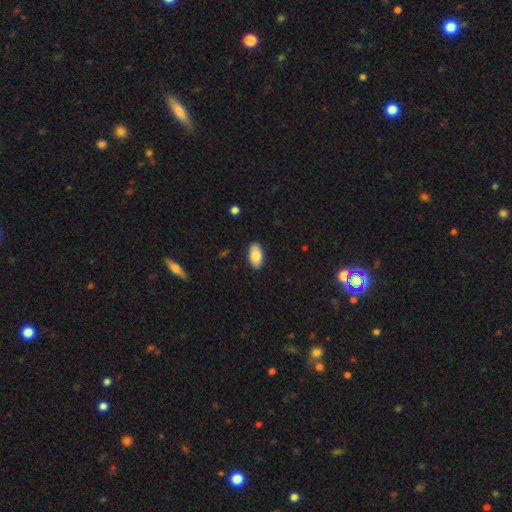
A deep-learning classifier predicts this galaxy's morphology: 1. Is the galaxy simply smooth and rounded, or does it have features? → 85% smooth, 9% featured or disk, 6% star or artifact.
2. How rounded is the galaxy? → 94% in between, 3% round, 2% cigar-shaped.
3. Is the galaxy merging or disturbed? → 88% none, 9% minor disturbance, 2% major disturbance, 1% merger.